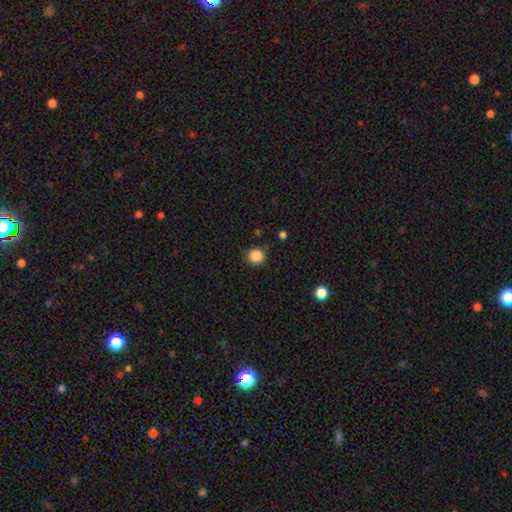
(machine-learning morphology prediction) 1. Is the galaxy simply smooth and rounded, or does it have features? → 87% smooth, 10% star or artifact, 3% featured or disk.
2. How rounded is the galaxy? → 84% round, 15% in between, 1% cigar-shaped.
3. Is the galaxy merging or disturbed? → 85% none, 10% minor disturbance, 3% major disturbance, 2% merger.